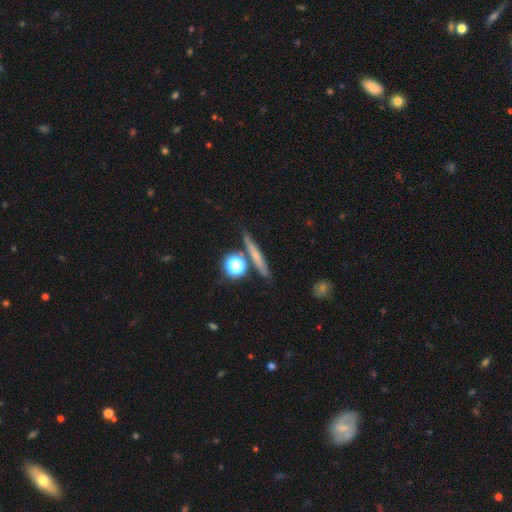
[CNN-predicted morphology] A smooth galaxy with no disk features (52%) that is cigar-shaped (75%).

Vote fractions:
- Smooth or featured? smooth: 52% / featured or disk: 36% / star or artifact: 12%
- How rounded? cigar-shaped: 75% / round: 16% / in between: 9%
- Merging? none: 82% / minor disturbance: 9% / merger: 7% / major disturbance: 3%